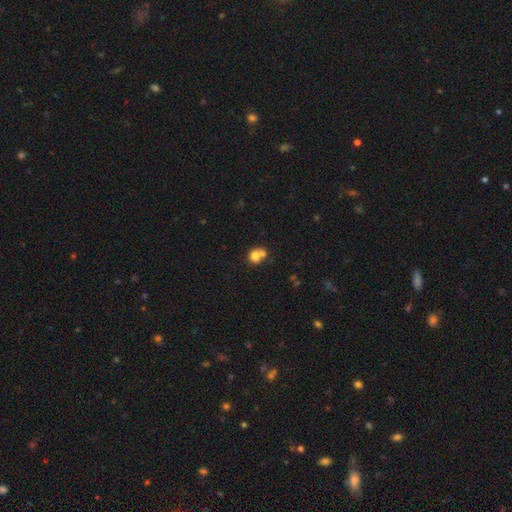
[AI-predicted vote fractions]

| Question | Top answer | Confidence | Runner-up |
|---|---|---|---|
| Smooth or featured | smooth | 75% | featured or disk (14%) |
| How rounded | round | 69% | in between (30%) |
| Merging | merger | 53% | none (34%) |